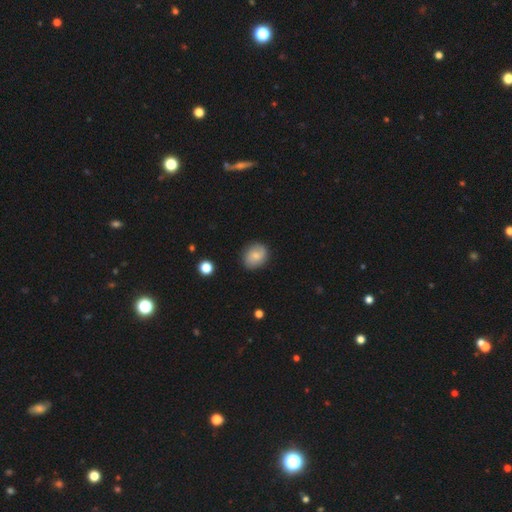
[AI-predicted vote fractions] Smooth or featured?
  - smooth: 77% *
  - featured or disk: 15%
  - star or artifact: 8%
How rounded?
  - round: 56% *
  - in between: 43%
  - cigar-shaped: 1%
Merging?
  - none: 84% *
  - minor disturbance: 12%
  - major disturbance: 3%
  - merger: 1%